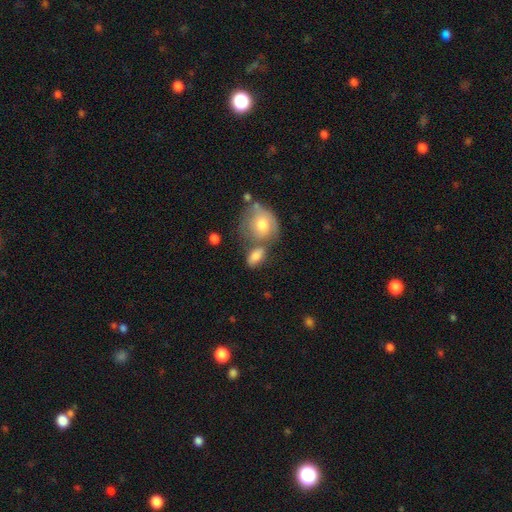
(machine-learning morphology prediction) Q: Smooth or featured?
A: smooth (76%); runner-up: featured or disk (16%)
Q: How rounded?
A: in between (78%); runner-up: round (18%)
Q: Merging?
A: none (41%); runner-up: merger (33%)